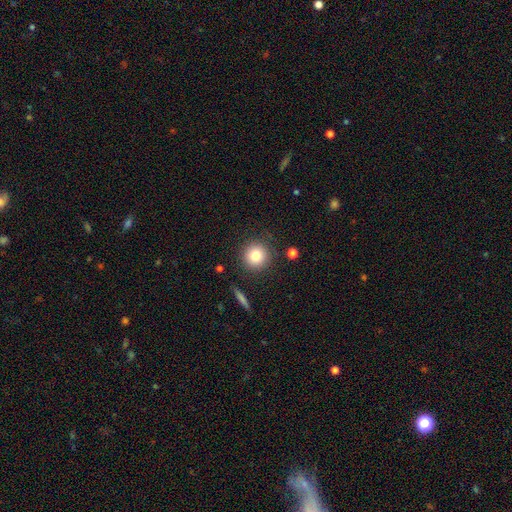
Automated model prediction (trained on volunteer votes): smooth_or_featured: smooth (p=0.79) [alt: star or artifact p=0.11]
how_rounded: round (p=0.94) [alt: in between p=0.05]
merging: none (p=0.88) [alt: minor disturbance p=0.08]